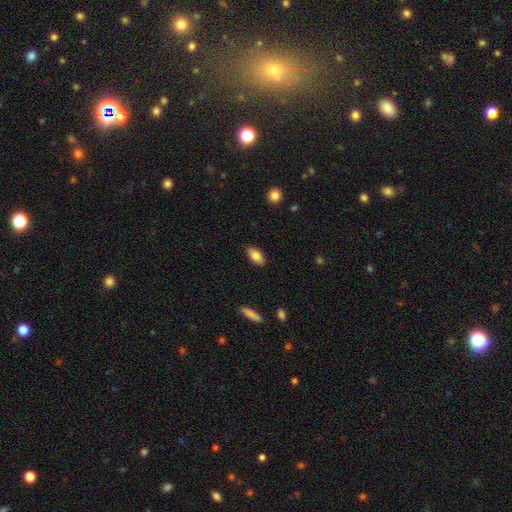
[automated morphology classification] Overall: smooth (83%). How rounded: in between (89%). Merging: none (86%).